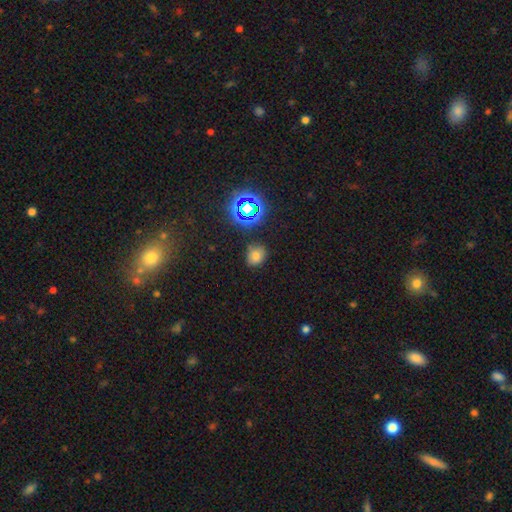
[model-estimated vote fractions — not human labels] Q: Smooth or featured?
A: smooth (68%); runner-up: star or artifact (23%)
Q: How rounded?
A: round (60%); runner-up: in between (39%)
Q: Merging?
A: none (78%); runner-up: minor disturbance (15%)